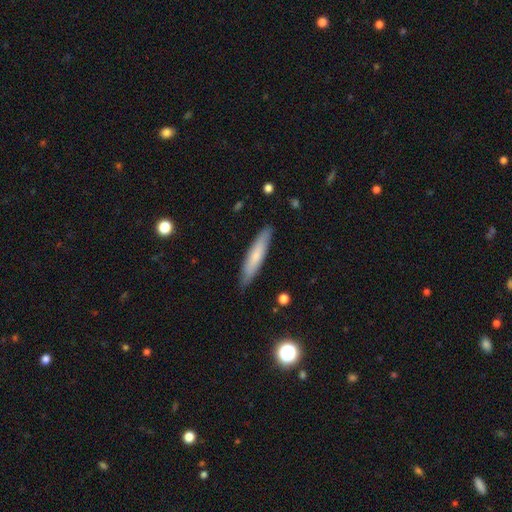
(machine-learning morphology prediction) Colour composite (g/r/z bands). It shows a smooth galaxy with no disk features (69%) that is cigar-shaped (88%). Merging: none (87%).